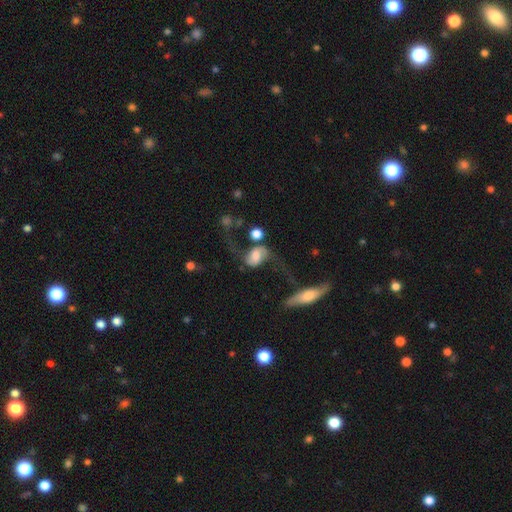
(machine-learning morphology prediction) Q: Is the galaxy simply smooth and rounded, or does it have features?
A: featured or disk — 64%.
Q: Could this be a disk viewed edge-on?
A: no — 95%.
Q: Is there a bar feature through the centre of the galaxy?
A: no — 46%.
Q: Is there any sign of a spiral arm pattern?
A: yes — 88%.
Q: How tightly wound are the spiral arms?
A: loose — 78%.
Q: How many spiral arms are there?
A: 2 — 90%.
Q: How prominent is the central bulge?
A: moderate — 37%.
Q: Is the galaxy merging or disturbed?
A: none — 35%.